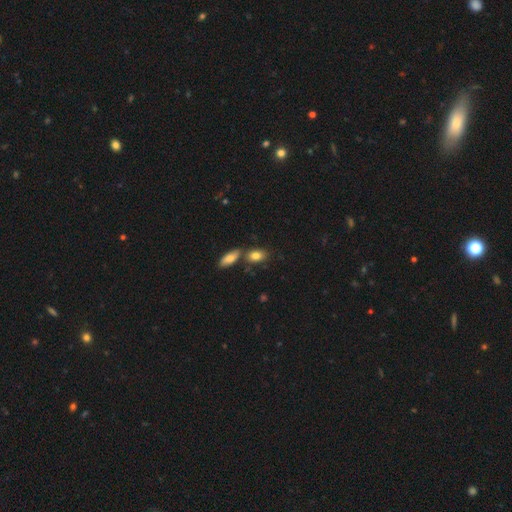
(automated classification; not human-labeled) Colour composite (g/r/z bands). It shows a smooth galaxy with no disk features (82%) that is in between round and cigar-shaped (87%). Merging: none (60%).